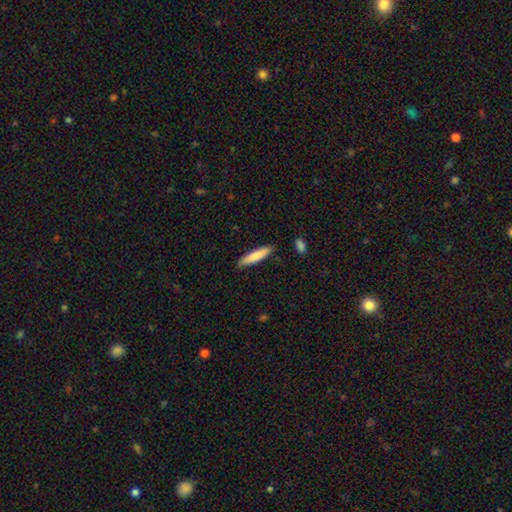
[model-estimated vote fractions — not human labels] Smooth or featured? Predicted: smooth (p=0.81). How rounded? Predicted: cigar-shaped (p=0.84). Merging? Predicted: none (p=0.86).